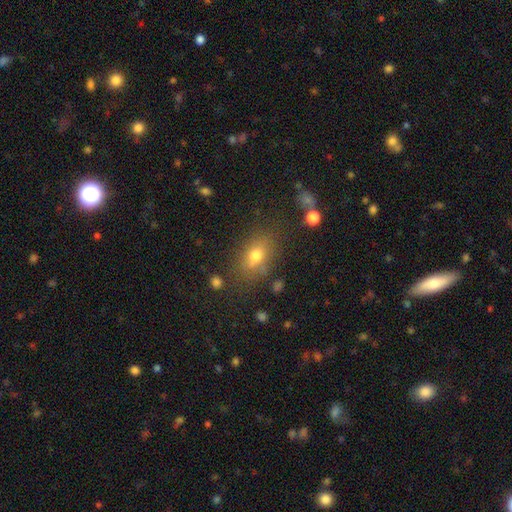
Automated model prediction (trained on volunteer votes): This appears to be a smooth galaxy with no disk features (72%) that is in between round and cigar-shaped (76%). Merging: none (75%).